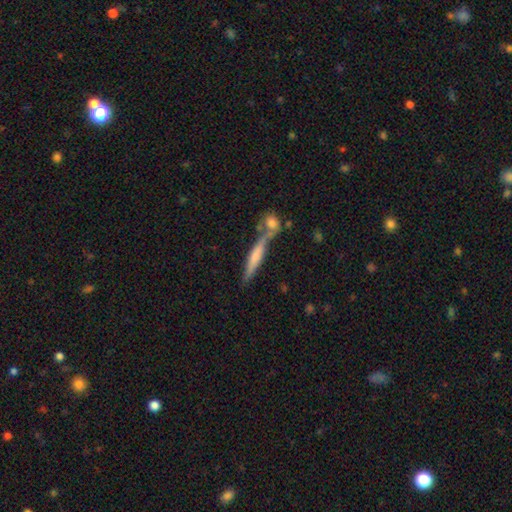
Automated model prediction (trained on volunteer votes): Smooth or featured: featured or disk — 50% (smooth — 43%)
Merging: none — 64% (merger — 20%)